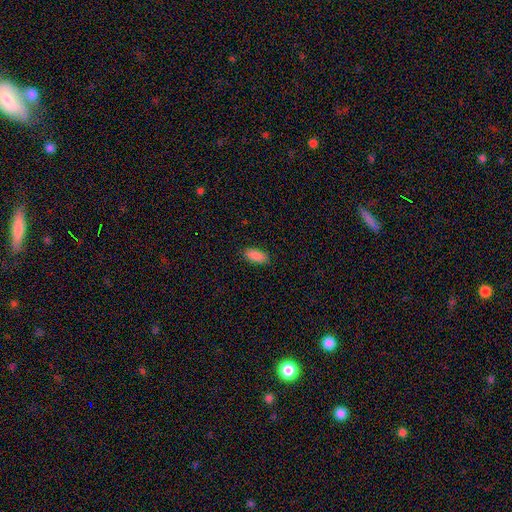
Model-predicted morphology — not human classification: Smooth or featured: smooth — 89% (star or artifact — 7%)
How rounded: in between — 89% (cigar-shaped — 9%)
Merging: none — 87% (minor disturbance — 10%)